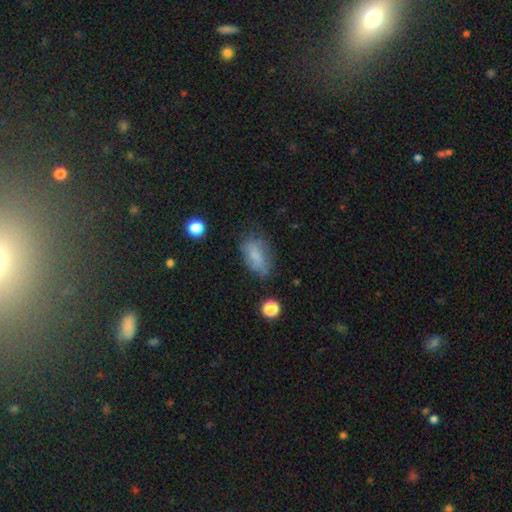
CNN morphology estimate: The model was most divided on "merging": none: 61%, minor disturbance: 26%, major disturbance: 11%, merger: 3%. More confident: how rounded — in between (87%); smooth or featured — smooth (74%).